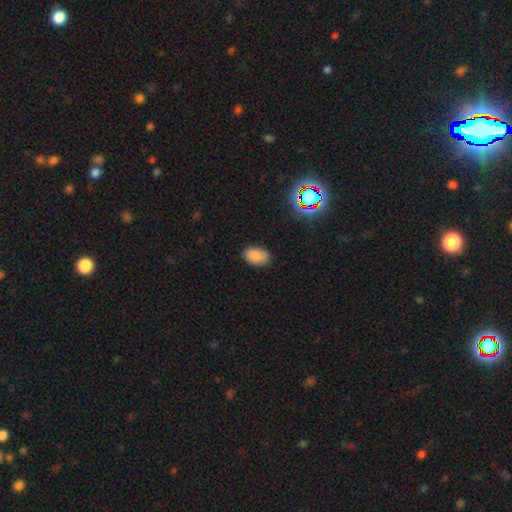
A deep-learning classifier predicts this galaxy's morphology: Smooth or featured? smooth (85%)
How rounded? in between (90%)
Merging? none (84%)